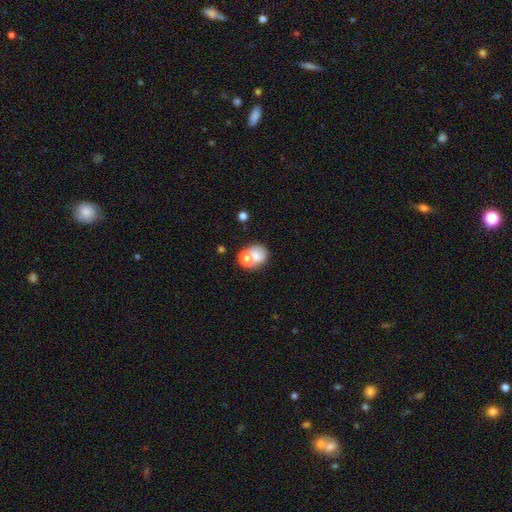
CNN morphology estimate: Q: Smooth or featured?
A: smooth (66%); runner-up: featured or disk (22%)
Q: How rounded?
A: round (63%); runner-up: in between (36%)
Q: Merging?
A: merger (42%); runner-up: none (36%)